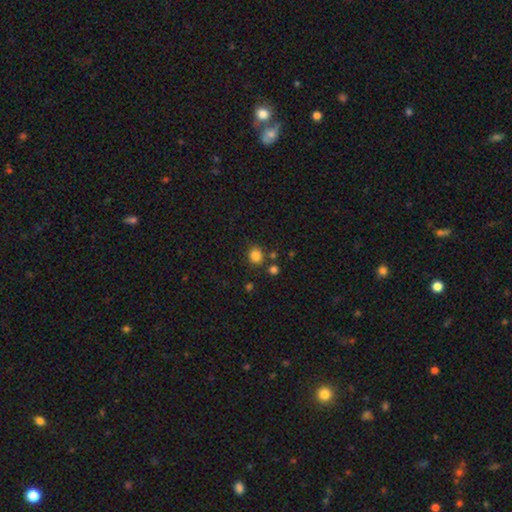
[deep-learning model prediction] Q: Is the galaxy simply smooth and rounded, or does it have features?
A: smooth — 83%.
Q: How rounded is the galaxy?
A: round — 84%.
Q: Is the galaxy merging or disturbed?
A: none — 79%.